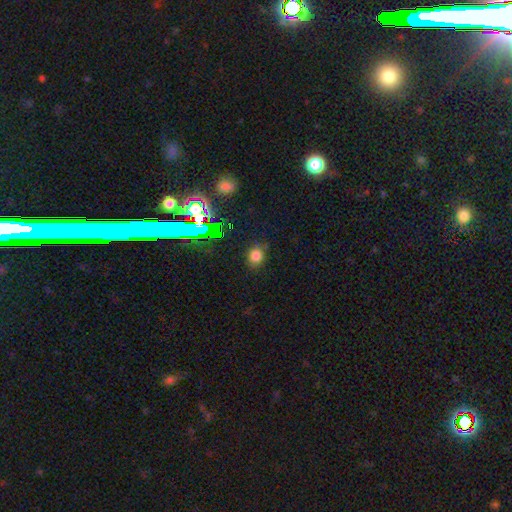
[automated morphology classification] Q: Smooth or featured?
A: smooth (72%); runner-up: star or artifact (21%)
Q: How rounded?
A: round (66%); runner-up: in between (33%)
Q: Merging?
A: none (83%); runner-up: minor disturbance (12%)